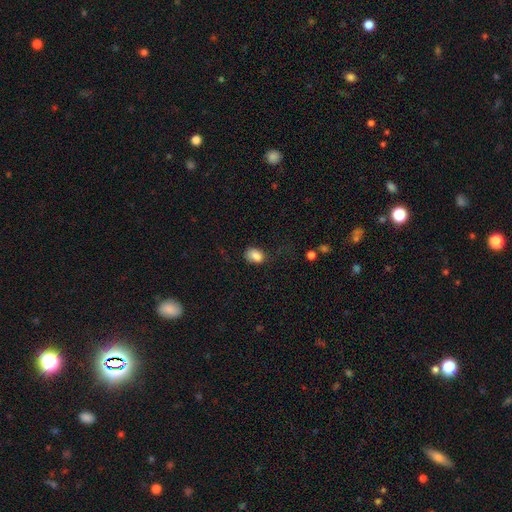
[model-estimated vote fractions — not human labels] A smooth galaxy with no disk features (85%) that is in between round and cigar-shaped (72%). Merging: none (59%).